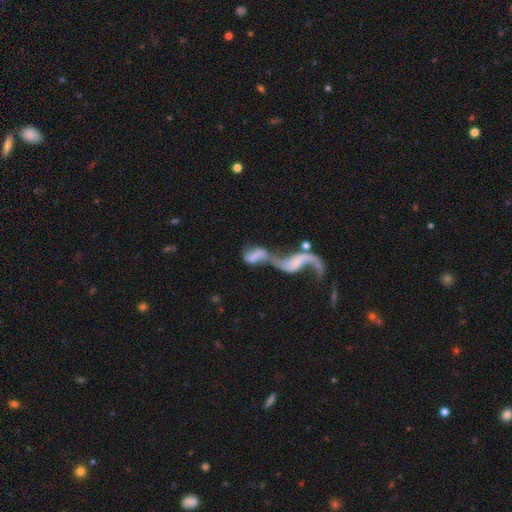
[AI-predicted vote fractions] A featured or disk galaxy (50%).

Vote fractions:
- Smooth or featured? featured or disk: 50% / smooth: 41% / star or artifact: 10%
- Merging? merger: 76% / major disturbance: 12% / none: 8% / minor disturbance: 4%